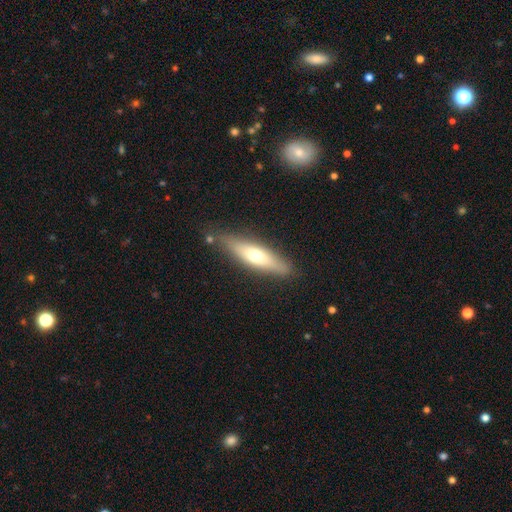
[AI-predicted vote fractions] A smooth galaxy with no disk features (52%) that is cigar-shaped (71%). Merging: none (81%).